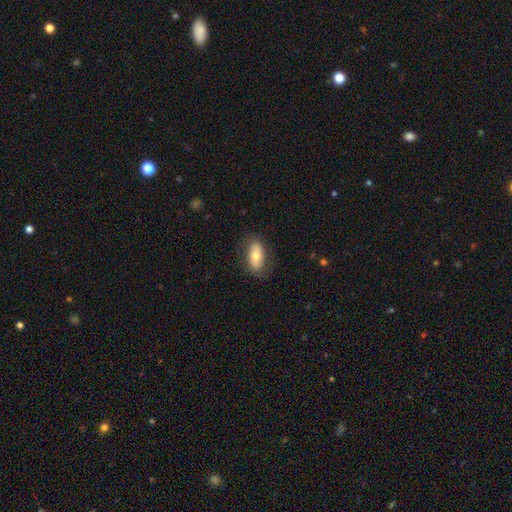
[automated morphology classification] Smooth or featured? smooth (68%)
How rounded? in between (90%)
Merging? none (79%)